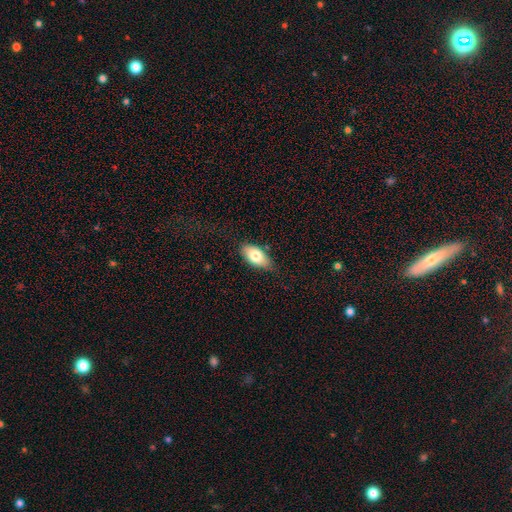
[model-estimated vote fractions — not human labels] smooth 77%, featured or disk 16%, star or artifact 7%. Down the decision tree: how rounded — in between (92%); merging — none (77%).